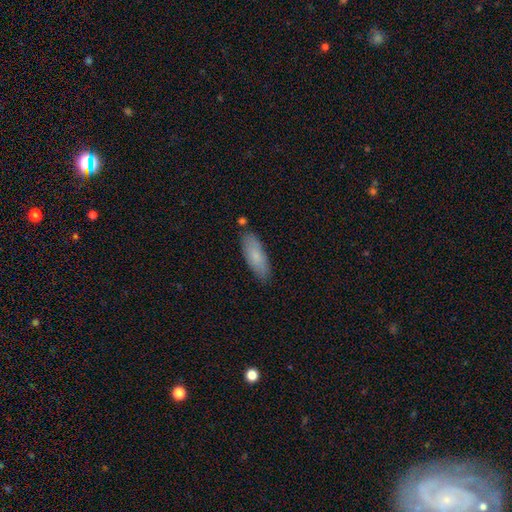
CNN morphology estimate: smooth 79%, featured or disk 15%, star or artifact 6%. Down the decision tree: how rounded — in between (64%); merging — none (79%).